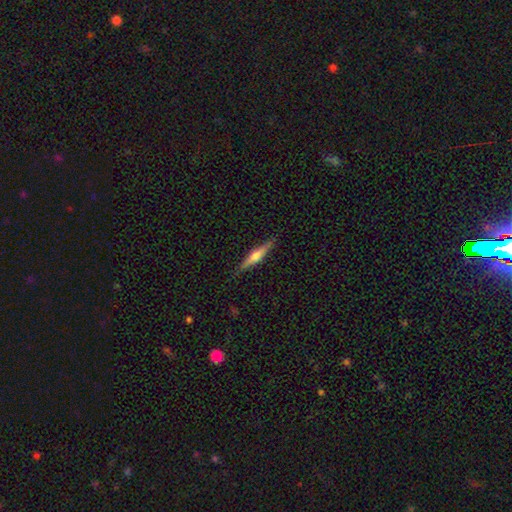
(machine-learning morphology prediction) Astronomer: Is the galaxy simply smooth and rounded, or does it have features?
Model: featured or disk — 61%.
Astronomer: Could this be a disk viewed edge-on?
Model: yes — 97%.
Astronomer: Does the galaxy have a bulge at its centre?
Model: rounded — 87%.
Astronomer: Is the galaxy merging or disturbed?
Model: none — 88%.